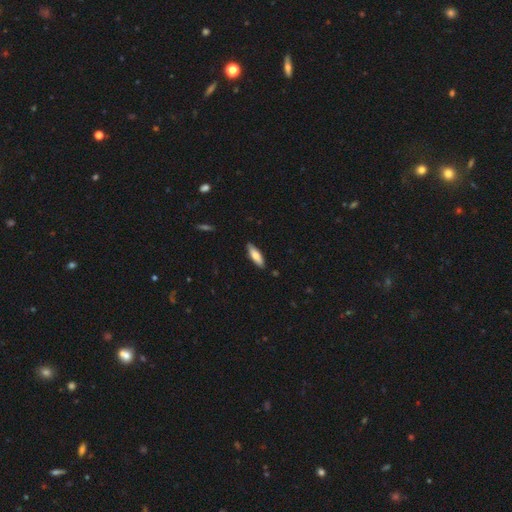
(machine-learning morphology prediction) A smooth galaxy with no disk features (72%) that is cigar-shaped (50%).

Vote fractions:
- Smooth or featured? smooth: 72% / featured or disk: 22% / star or artifact: 6%
- How rounded? cigar-shaped: 50% / in between: 48% / round: 2%
- Merging? none: 88% / minor disturbance: 10% / major disturbance: 2% / merger: 1%